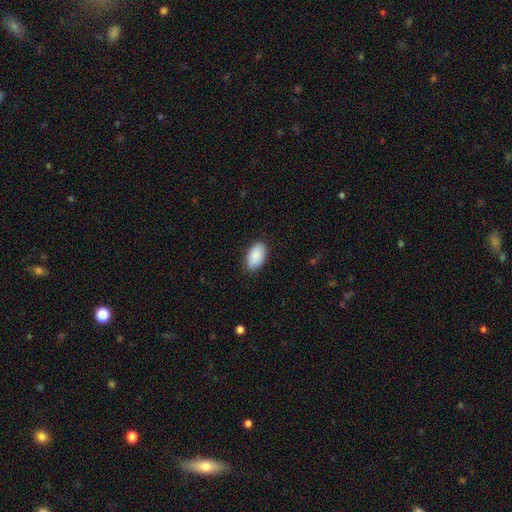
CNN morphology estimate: Smooth or featured? smooth (89%)
How rounded? in between (95%)
Merging? none (85%)